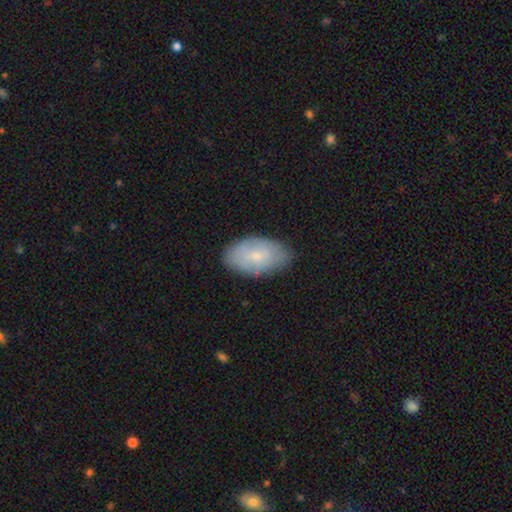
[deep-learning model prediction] A smooth galaxy with no disk features (61%) that is in between round and cigar-shaped (93%). Merging: none (79%).